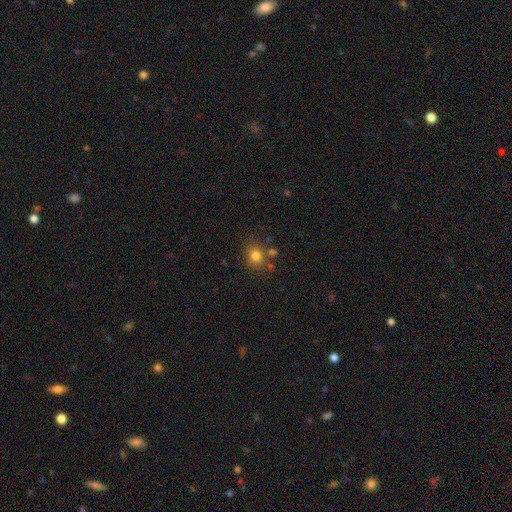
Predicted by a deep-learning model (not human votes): This is likely a smooth galaxy (78%). How rounded: likely round (70%). Merging: likely none (69%).